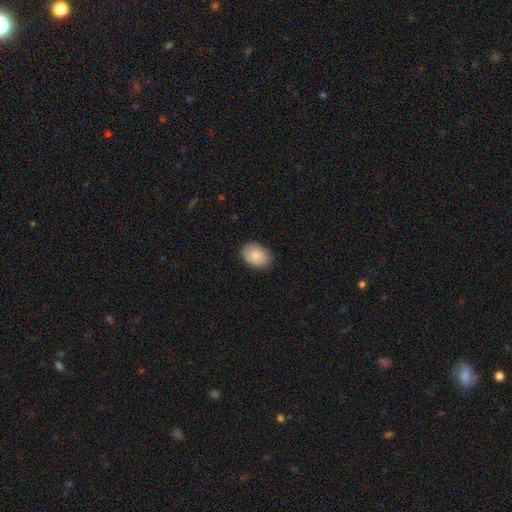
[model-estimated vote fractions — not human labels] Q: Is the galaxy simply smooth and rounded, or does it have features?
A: smooth — 84%.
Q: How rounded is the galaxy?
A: in between — 78%.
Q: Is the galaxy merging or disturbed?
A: none — 82%.